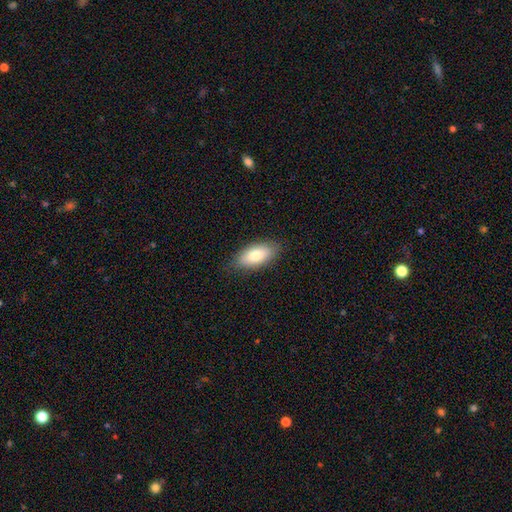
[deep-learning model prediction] Smooth or featured? smooth (79%)
How rounded? in between (89%)
Merging? none (84%)